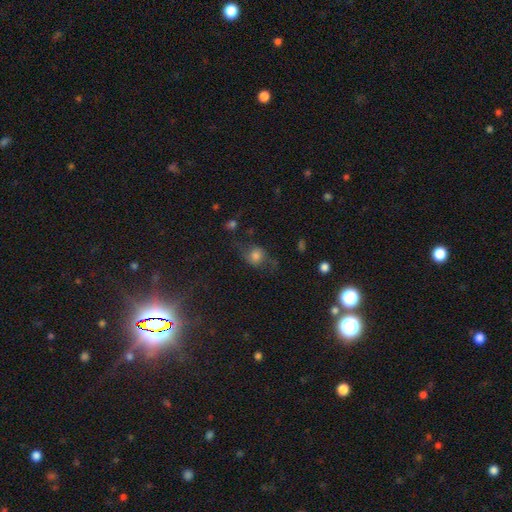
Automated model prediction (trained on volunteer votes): Smooth or featured? Predicted: smooth (p=0.61). How rounded? Predicted: round (p=0.68). Merging? Predicted: none (p=0.52).